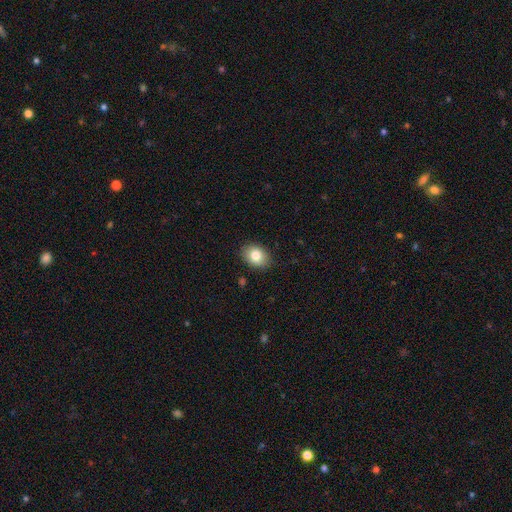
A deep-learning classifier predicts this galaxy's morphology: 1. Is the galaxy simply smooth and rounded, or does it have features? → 83% smooth, 9% featured or disk, 8% star or artifact.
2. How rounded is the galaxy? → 68% in between, 31% round, 1% cigar-shaped.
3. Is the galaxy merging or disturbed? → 87% none, 9% minor disturbance, 2% major disturbance, 1% merger.